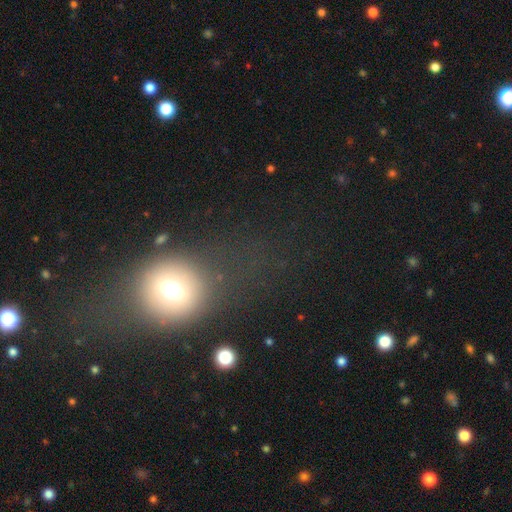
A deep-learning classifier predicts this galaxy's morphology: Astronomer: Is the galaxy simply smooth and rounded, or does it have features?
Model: smooth — 48% (runner-up: star or artifact, 32%).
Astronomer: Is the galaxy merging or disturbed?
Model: none — 68%.